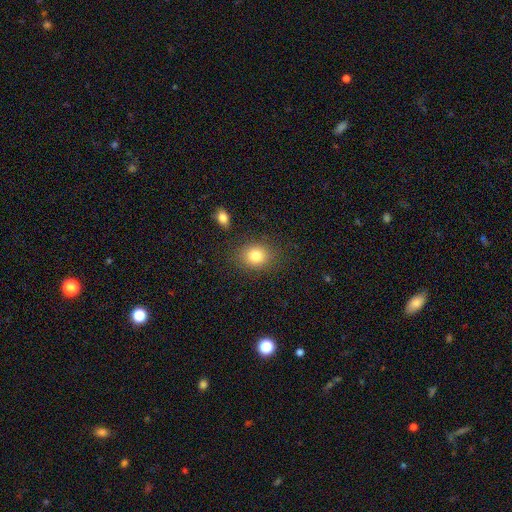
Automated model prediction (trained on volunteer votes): smooth-or-featured: smooth: 82% | star or artifact: 10% | featured or disk: 8%
  how-rounded: round: 58% | in between: 41% | cigar-shaped: 1%
  merging: none: 83% | minor disturbance: 10% | major disturbance: 4% | merger: 3%